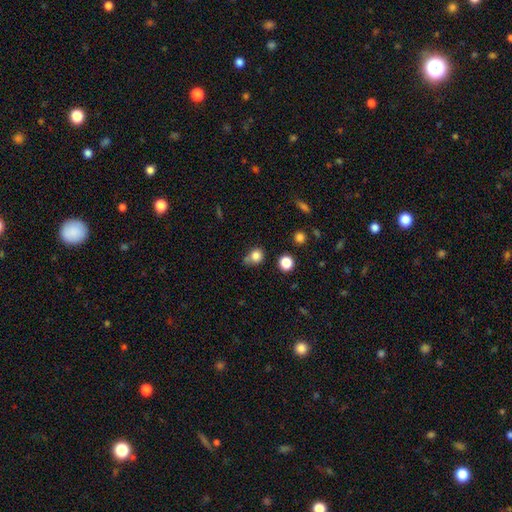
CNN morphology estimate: Smooth or featured?
  - smooth: 81% *
  - star or artifact: 12%
  - featured or disk: 7%
How rounded?
  - round: 72% *
  - in between: 27%
  - cigar-shaped: 1%
Merging?
  - none: 52% *
  - minor disturbance: 27%
  - merger: 13%
  - major disturbance: 9%